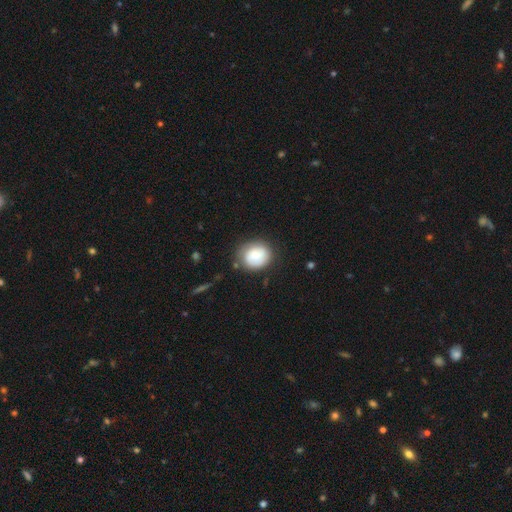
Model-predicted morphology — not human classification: A smooth galaxy with no disk features (75%) that is round (71%). Merging: none (73%).